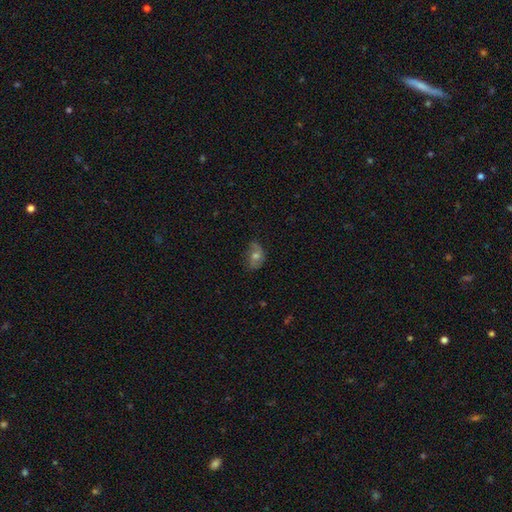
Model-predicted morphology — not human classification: type=smooth (47%); merging=none (63%).